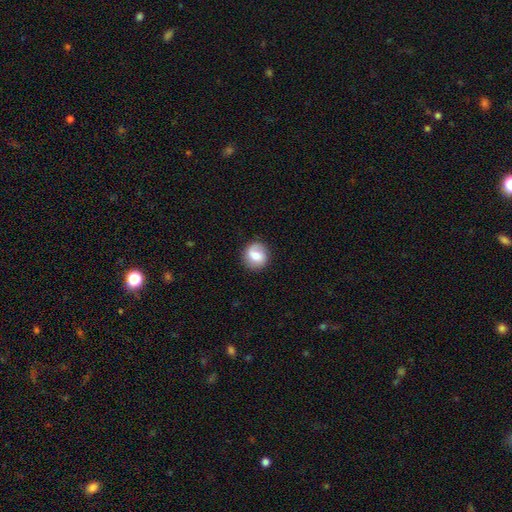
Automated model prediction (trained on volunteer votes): smooth_or_featured: smooth (p=0.60) [alt: featured or disk p=0.32]
how_rounded: round (p=0.87) [alt: in between p=0.12]
merging: none (p=0.83) [alt: minor disturbance p=0.12]